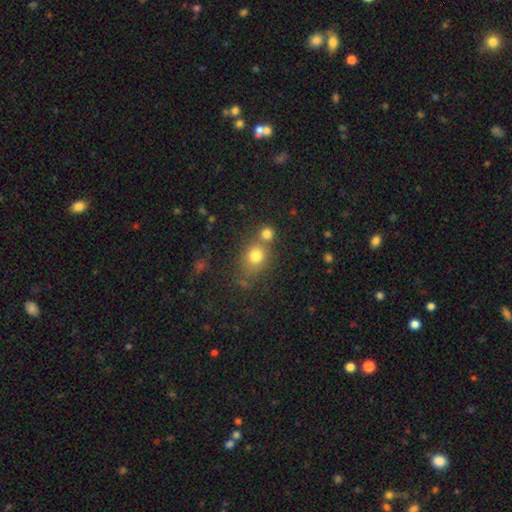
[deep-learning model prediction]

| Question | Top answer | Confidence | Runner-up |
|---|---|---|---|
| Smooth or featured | smooth | 76% | star or artifact (13%) |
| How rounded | round | 64% | in between (34%) |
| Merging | none | 49% | merger (36%) |